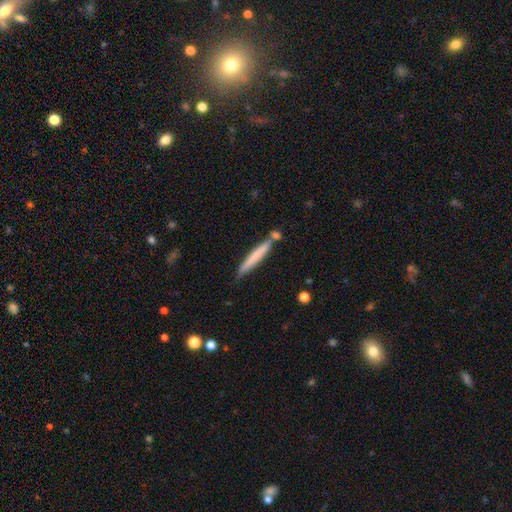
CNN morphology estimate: Smooth or featured? smooth (67%)
How rounded? cigar-shaped (96%)
Merging? none (72%)